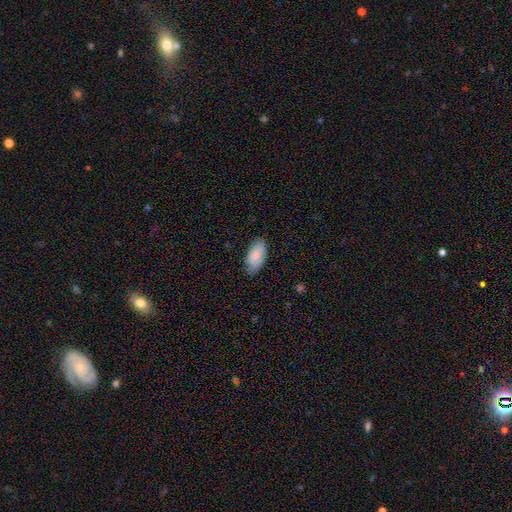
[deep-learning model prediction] smooth-or-featured: smooth: 85% | featured or disk: 9% | star or artifact: 6%
  how-rounded: in between: 92% | cigar-shaped: 6% | round: 2%
  merging: none: 79% | minor disturbance: 17% | major disturbance: 3% | merger: 1%